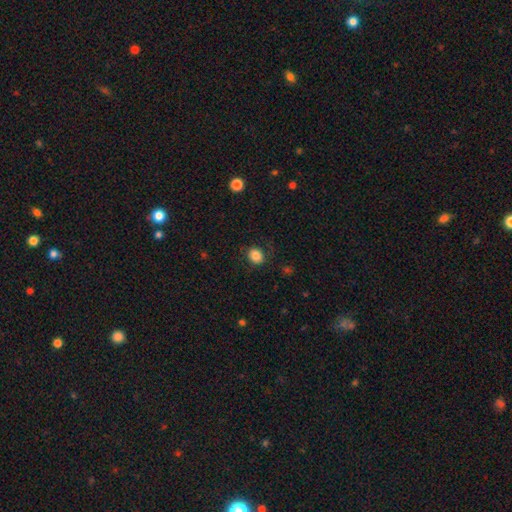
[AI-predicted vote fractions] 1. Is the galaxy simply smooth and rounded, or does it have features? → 84% smooth, 10% star or artifact, 6% featured or disk.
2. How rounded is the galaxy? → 68% round, 31% in between, 1% cigar-shaped.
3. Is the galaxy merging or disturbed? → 82% none, 12% minor disturbance, 5% major disturbance, 1% merger.